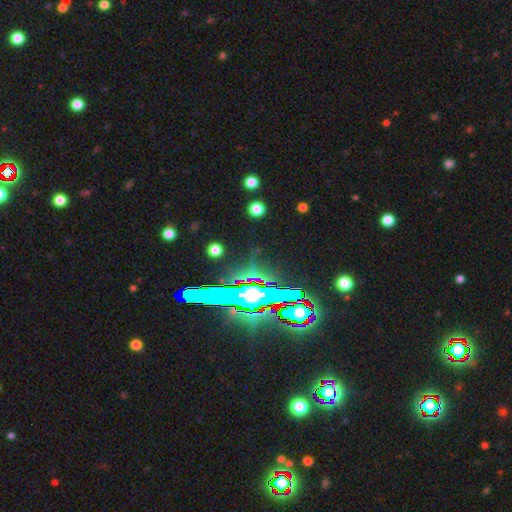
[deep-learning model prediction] star or artifact 72%, featured or disk 18%, smooth 10%.